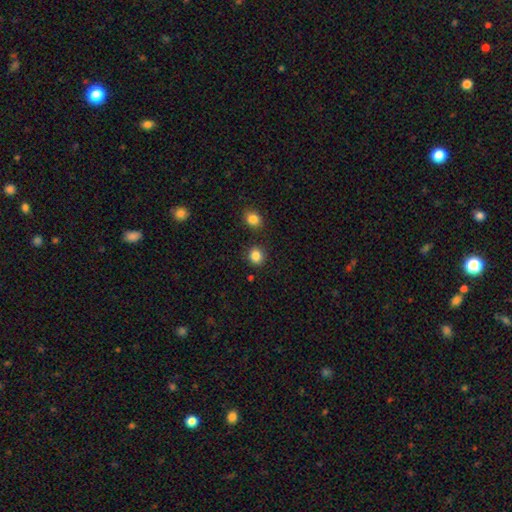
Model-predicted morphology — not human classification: Overall: smooth (85%). How rounded: round (81%). Merging: none (87%).